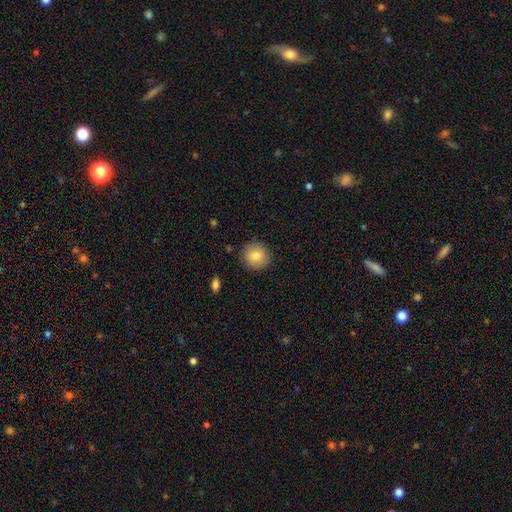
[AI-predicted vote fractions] The model was most divided on "smooth or featured": smooth: 82%, featured or disk: 10%, star or artifact: 8%. More confident: how rounded — round (90%); merging — none (89%).